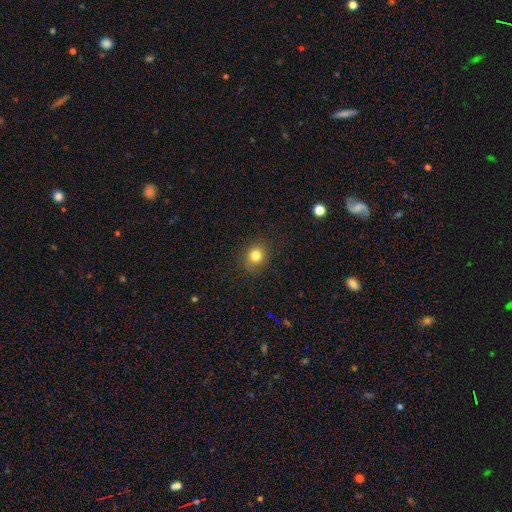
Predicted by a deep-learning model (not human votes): A smooth galaxy with no disk features (81%) that is round (79%). Merging: none (88%).